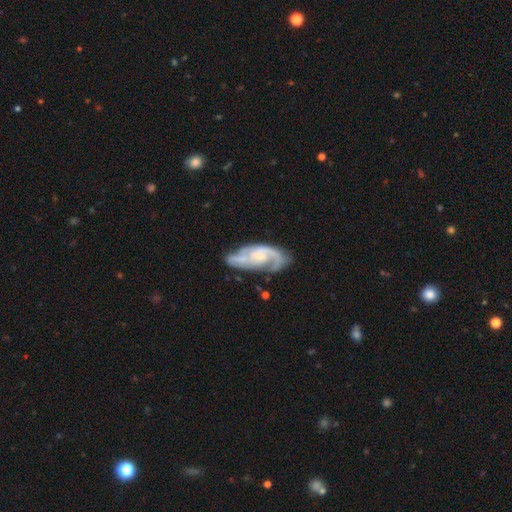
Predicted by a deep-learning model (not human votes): smooth_or_featured: featured or disk (p=0.81) [alt: smooth p=0.13]
disk_edge_on: no (p=0.94) [alt: yes p=0.06]
bar: no (p=0.59) [alt: weak p=0.33]
has_spiral_arms: yes (p=0.95) [alt: no p=0.05]
spiral_winding: medium (p=0.47) [alt: tight p=0.35]
spiral_arm_count: 2 (p=0.67) [alt: can't tell p=0.13]
bulge_size: small (p=0.41) [alt: moderate p=0.32]
merging: none (p=0.67) [alt: minor disturbance p=0.20]